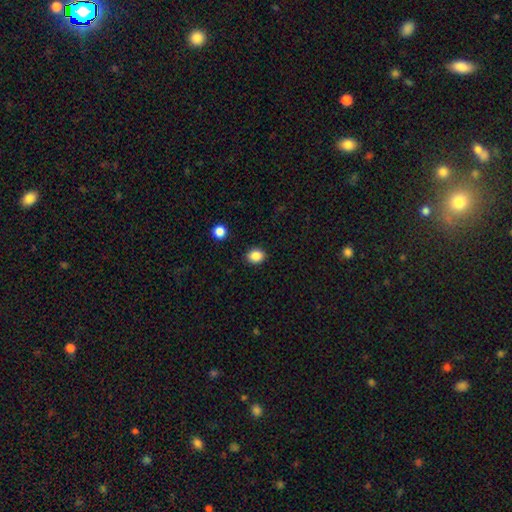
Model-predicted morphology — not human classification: This appears to be a smooth galaxy with no disk features (86%) that is round (56%). Merging: none (89%).